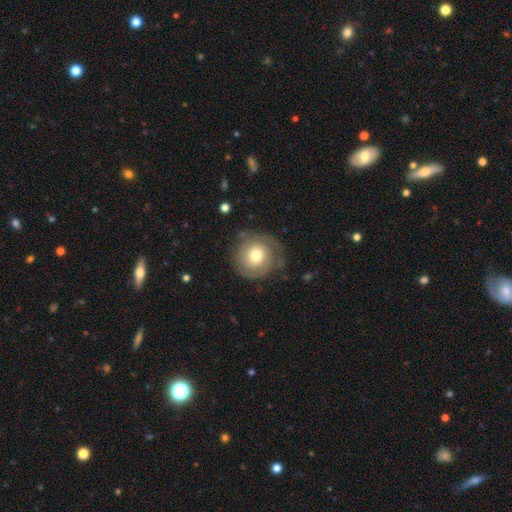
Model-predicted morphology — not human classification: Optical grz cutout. It shows a smooth galaxy with no disk features (51%) that is round (91%). Merging: none (68%).